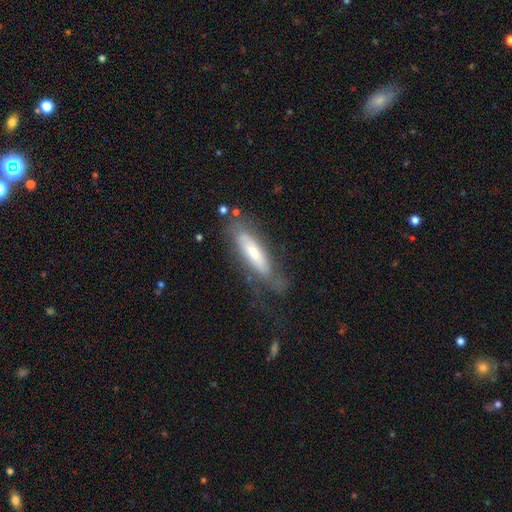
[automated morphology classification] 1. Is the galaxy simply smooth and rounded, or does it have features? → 47% smooth (tied), 47% featured or disk (tied), 6% star or artifact.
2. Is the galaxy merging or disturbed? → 55% none, 24% minor disturbance, 18% major disturbance, 3% merger.